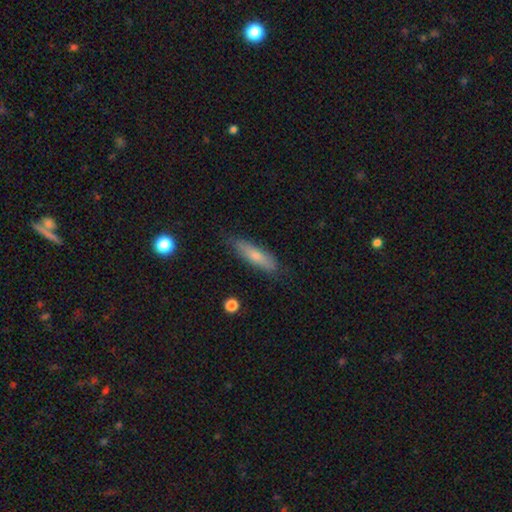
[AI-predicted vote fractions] This is likely a smooth galaxy (68%). How rounded: likely cigar-shaped (71%). Merging: likely none (79%).